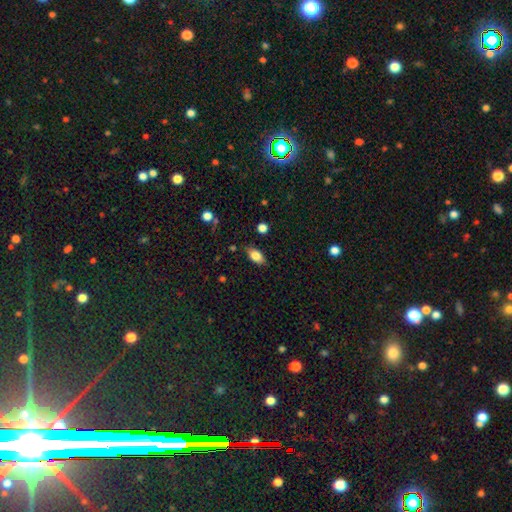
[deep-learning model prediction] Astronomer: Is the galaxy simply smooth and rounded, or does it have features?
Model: smooth — 80%.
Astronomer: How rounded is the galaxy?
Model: in between — 87%.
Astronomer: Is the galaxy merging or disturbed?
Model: none — 82%.